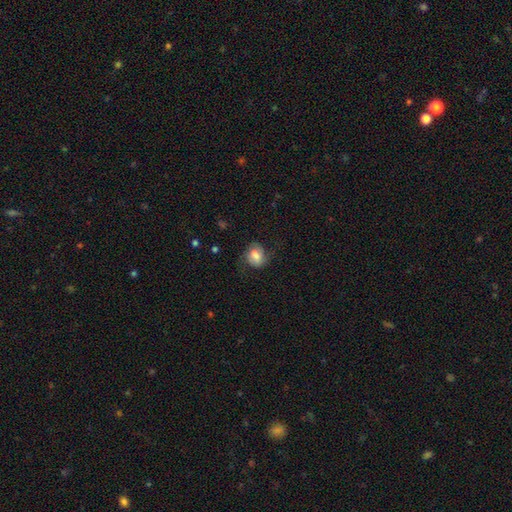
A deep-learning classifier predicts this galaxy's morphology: This is likely a smooth galaxy (65%). How rounded: possibly in between (58%). Merging: possibly none (57%).